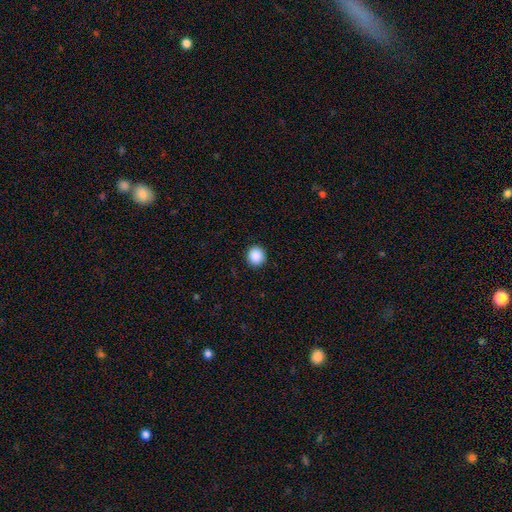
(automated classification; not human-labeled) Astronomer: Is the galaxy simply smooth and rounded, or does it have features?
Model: smooth — 89%.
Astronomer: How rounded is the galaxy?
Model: round — 93%.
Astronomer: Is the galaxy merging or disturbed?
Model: none — 92%.